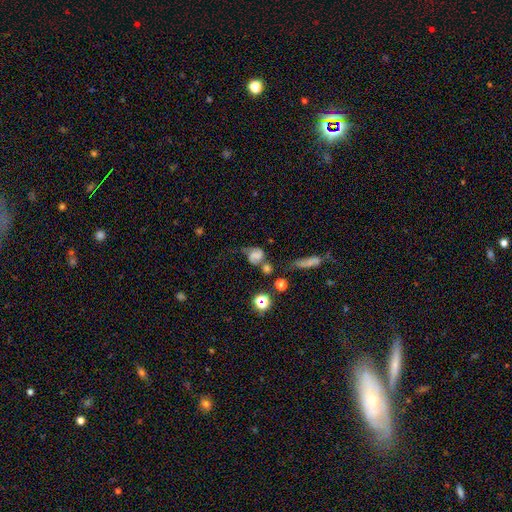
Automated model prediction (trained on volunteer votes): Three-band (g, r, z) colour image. It shows a featured or disk galaxy (48%). Merging: none (38%).